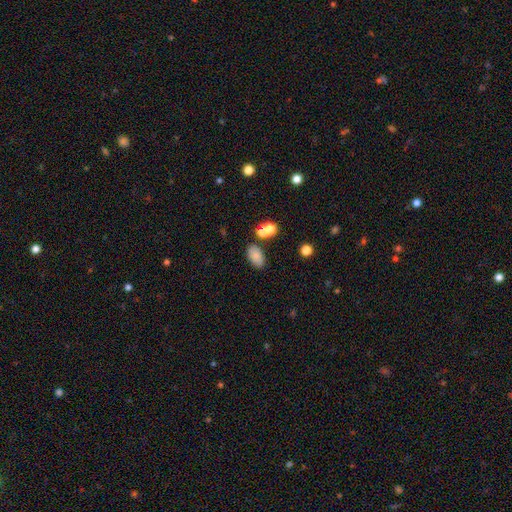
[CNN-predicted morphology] The model was most divided on "merging": none: 73%, minor disturbance: 13%, merger: 11%, major disturbance: 4%. More confident: how rounded — in between (91%); smooth or featured — smooth (78%).